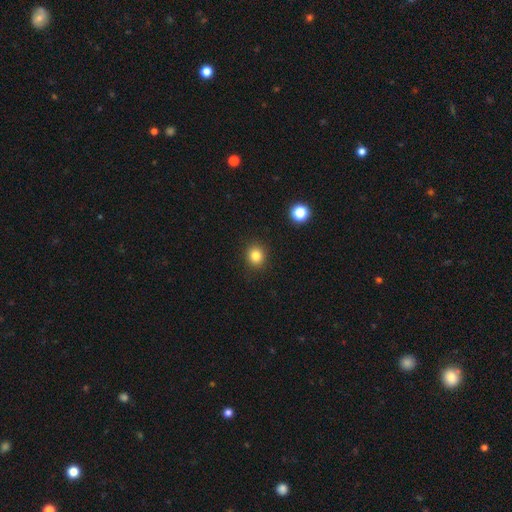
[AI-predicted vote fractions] Morphology: type=smooth (82%); roundness=round (83%); merging=none (90%).